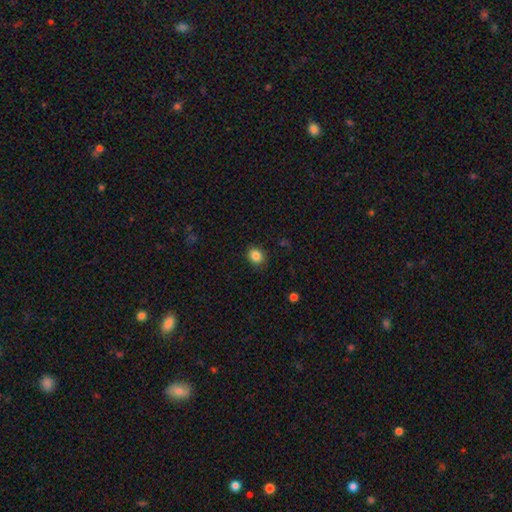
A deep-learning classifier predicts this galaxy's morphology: smooth_or_featured: smooth (p=0.86) [alt: star or artifact p=0.10]
how_rounded: round (p=0.60) [alt: in between p=0.39]
merging: none (p=0.89) [alt: minor disturbance p=0.08]